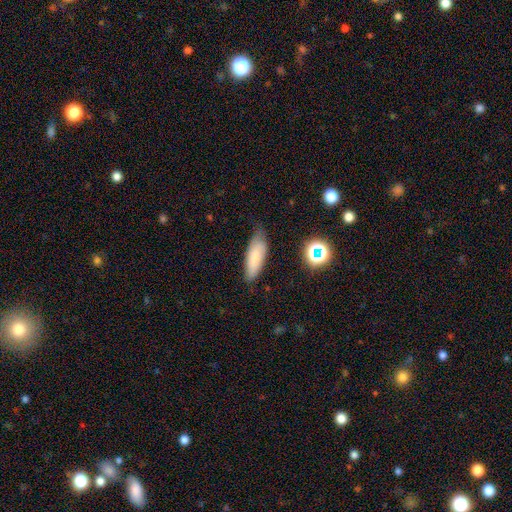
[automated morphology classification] Smooth or featured: smooth — 75% (featured or disk — 16%)
How rounded: in between — 62% (cigar-shaped — 36%)
Merging: none — 66% (minor disturbance — 26%)